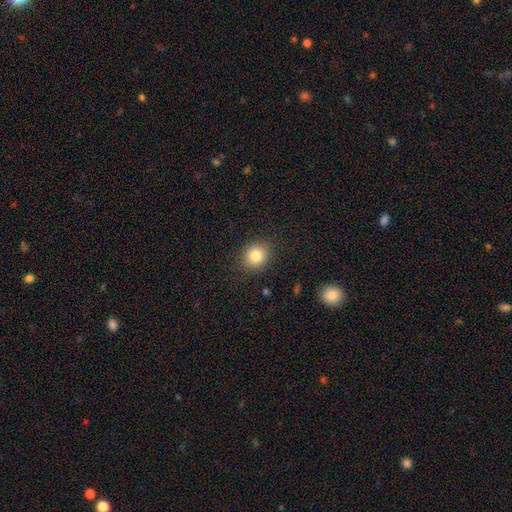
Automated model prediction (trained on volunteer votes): Smooth or featured: smooth — 83% (star or artifact — 11%)
How rounded: round — 81% (in between — 18%)
Merging: none — 89% (minor disturbance — 7%)